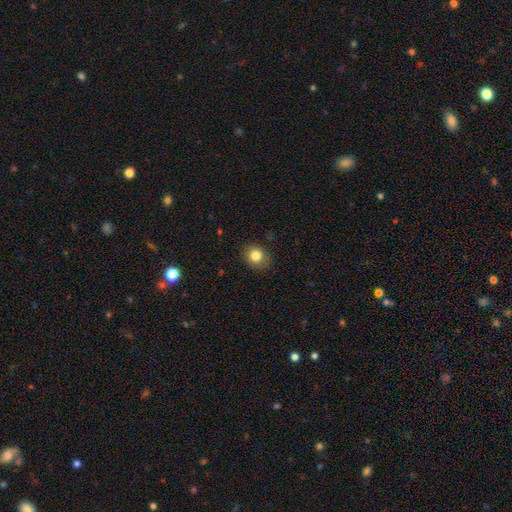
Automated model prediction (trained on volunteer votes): Smooth or featured? Predicted: smooth (p=0.83). How rounded? Predicted: round (p=0.71). Merging? Predicted: none (p=0.85).